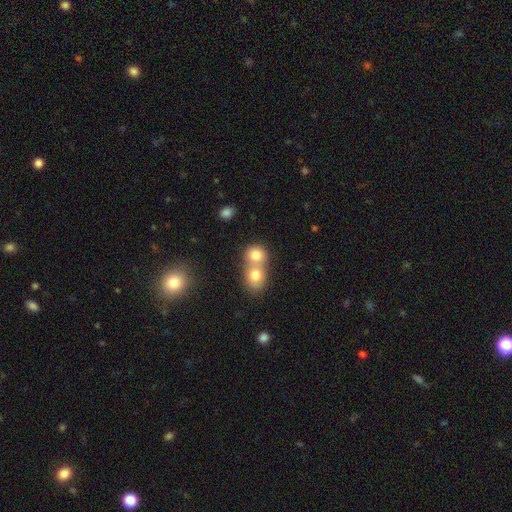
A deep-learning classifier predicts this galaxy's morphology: This appears to be a smooth galaxy with no disk features (79%) that is round (75%). Merging: merger (64%).